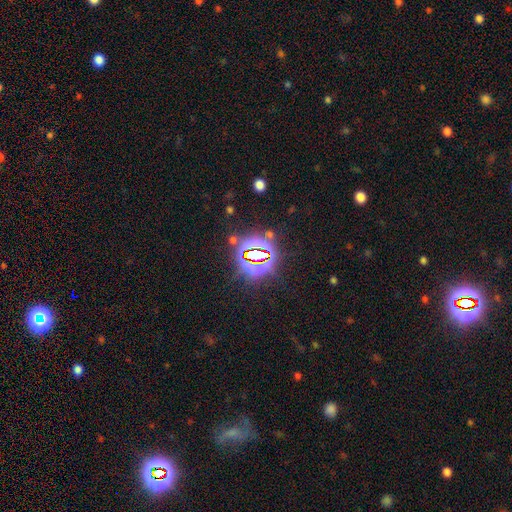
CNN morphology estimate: type=star or artifact (80%).